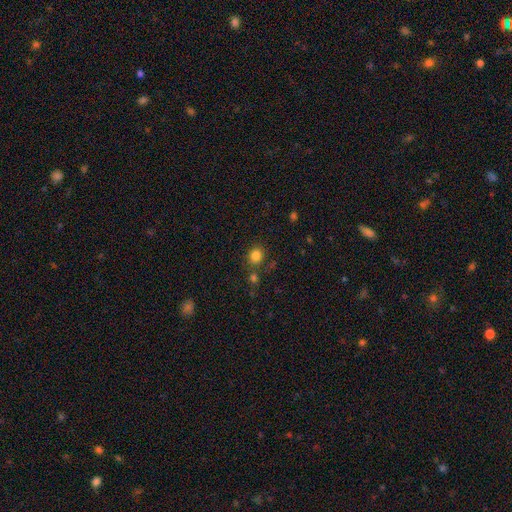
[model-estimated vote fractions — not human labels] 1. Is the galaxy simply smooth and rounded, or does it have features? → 82% smooth, 13% star or artifact, 5% featured or disk.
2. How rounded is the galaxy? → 76% round, 23% in between, 1% cigar-shaped.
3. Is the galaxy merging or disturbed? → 75% none, 11% merger, 10% minor disturbance, 4% major disturbance.